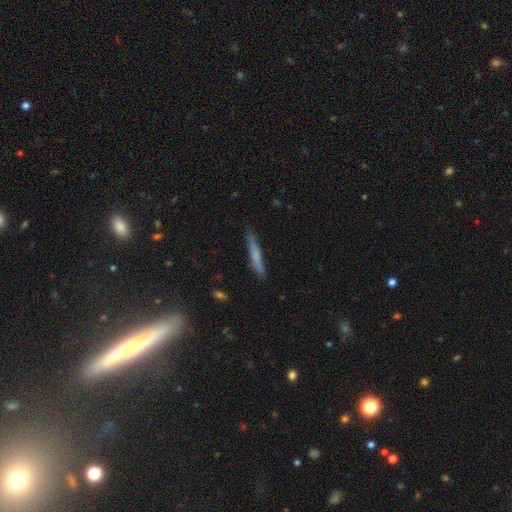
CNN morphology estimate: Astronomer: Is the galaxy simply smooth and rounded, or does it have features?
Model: smooth — 65%.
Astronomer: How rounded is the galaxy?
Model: cigar-shaped — 95%.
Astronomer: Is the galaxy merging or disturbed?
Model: none — 84%.